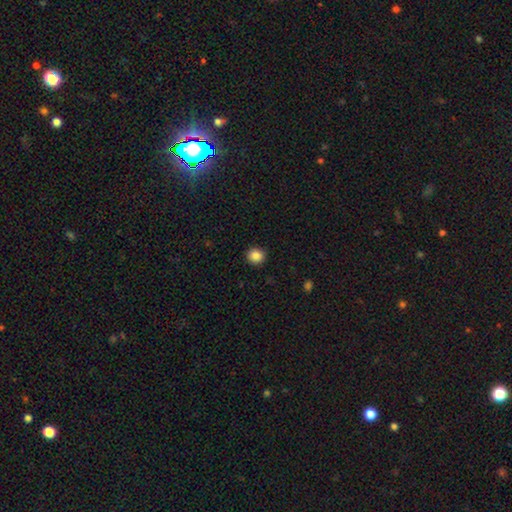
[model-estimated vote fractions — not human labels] Q: Smooth or featured?
A: smooth (87%); runner-up: star or artifact (10%)
Q: How rounded?
A: round (88%); runner-up: in between (11%)
Q: Merging?
A: none (92%); runner-up: minor disturbance (5%)